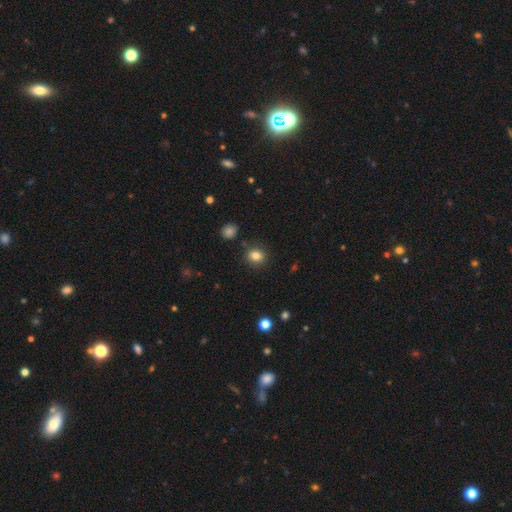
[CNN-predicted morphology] Overall: smooth (83%). How rounded: round (72%). Merging: none (87%).